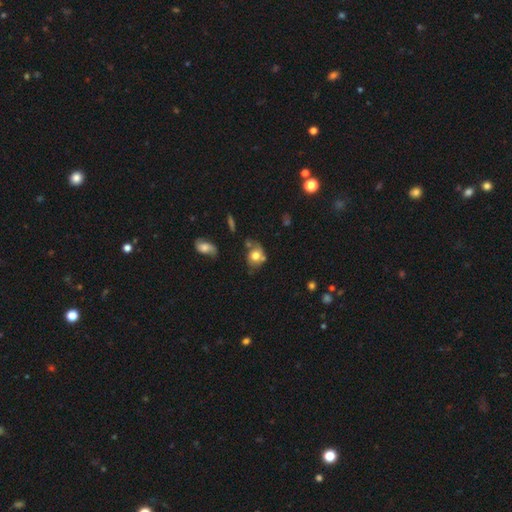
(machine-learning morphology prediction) type=smooth (70%); roundness=round (54%); merging=none (49%).